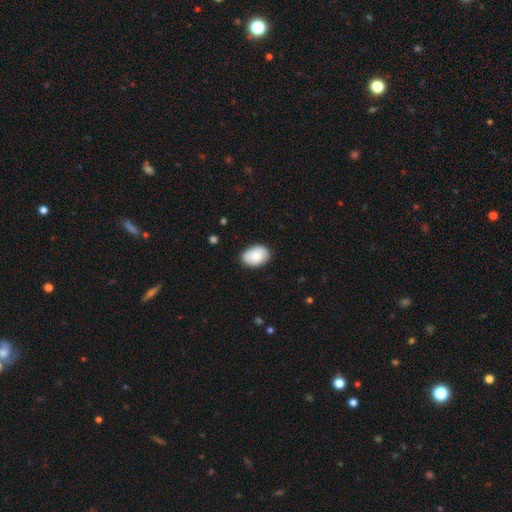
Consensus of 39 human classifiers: smooth-or-featured: smooth: 92% | featured or disk: 8% | star or artifact: 0%
  how-rounded: in between: 86% | round: 14% | cigar-shaped: 0%
  merging: none: 87% | minor disturbance: 10% | major disturbance: 3% | merger: 0%